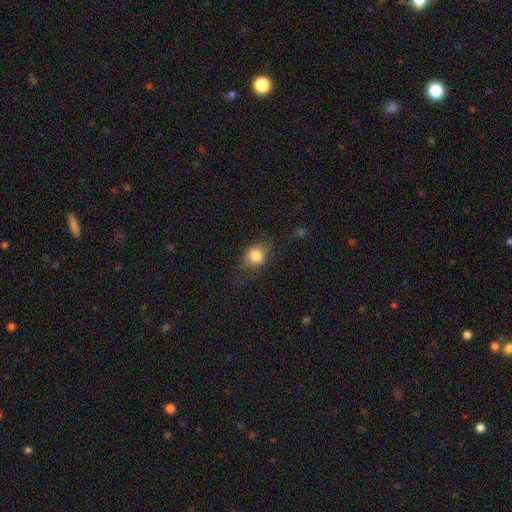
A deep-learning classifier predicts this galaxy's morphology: Q: Smooth or featured?
A: smooth (77%); runner-up: featured or disk (13%)
Q: How rounded?
A: round (51%); runner-up: in between (46%)
Q: Merging?
A: none (65%); runner-up: minor disturbance (22%)